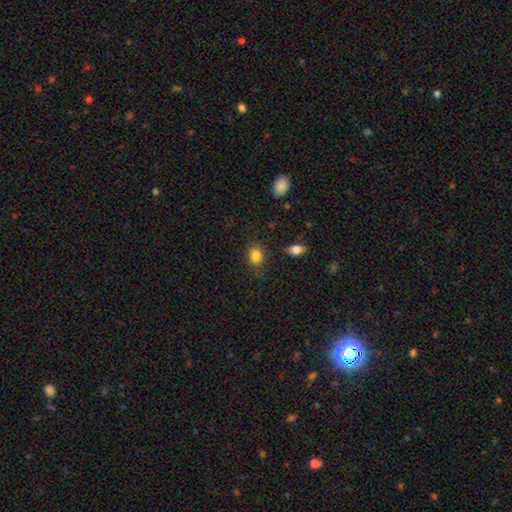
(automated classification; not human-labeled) Morphology: type=smooth (85%); roundness=in between (55%); merging=none (73%).